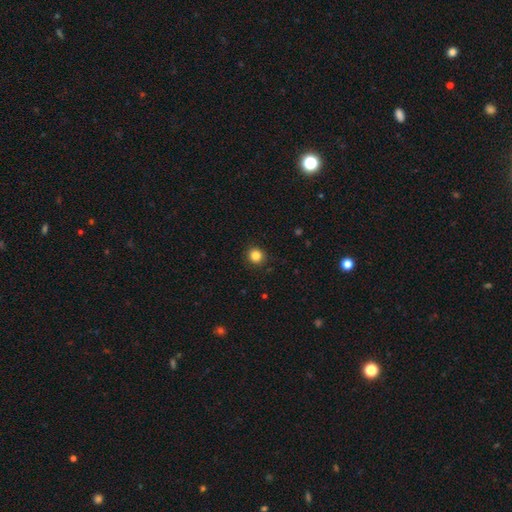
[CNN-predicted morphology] A smooth galaxy with no disk features (84%) that is round (91%). Merging: none (91%).